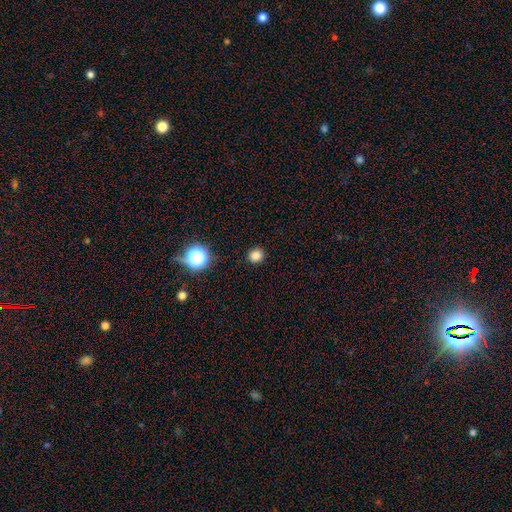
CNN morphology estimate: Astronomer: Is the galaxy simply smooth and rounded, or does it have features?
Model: smooth — 81%.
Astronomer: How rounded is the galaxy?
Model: round — 88%.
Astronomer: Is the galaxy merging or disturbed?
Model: none — 91%.